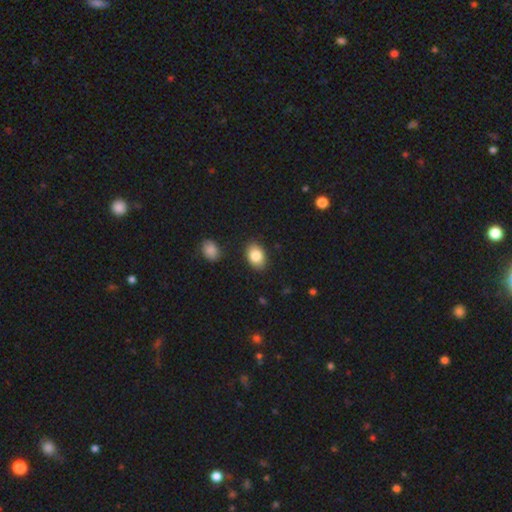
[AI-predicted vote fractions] The model was most divided on "how rounded": in between: 82%, round: 16%, cigar-shaped: 1%. More confident: merging — none (85%); smooth or featured — smooth (85%).